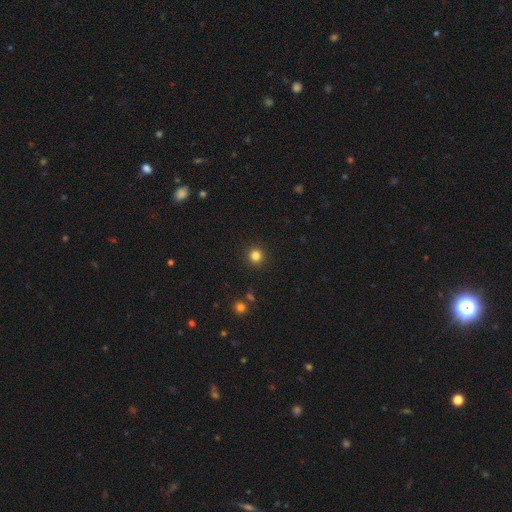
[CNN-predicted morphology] smooth_or_featured: smooth (p=0.82) [alt: star or artifact p=0.13]
how_rounded: round (p=0.95) [alt: in between p=0.04]
merging: none (p=0.92) [alt: minor disturbance p=0.05]